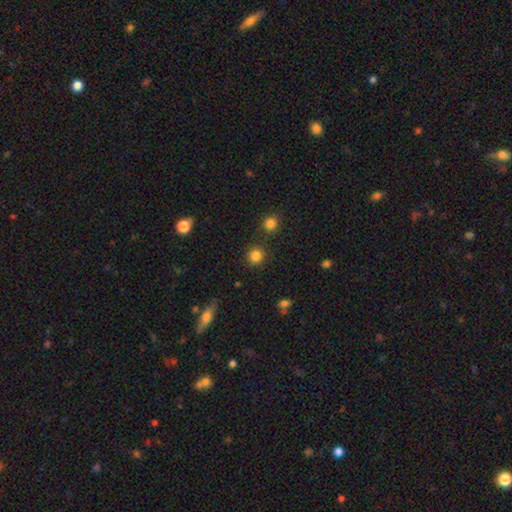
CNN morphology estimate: Q: Smooth or featured?
A: smooth (84%); runner-up: star or artifact (12%)
Q: How rounded?
A: round (91%); runner-up: in between (8%)
Q: Merging?
A: none (87%); runner-up: minor disturbance (7%)